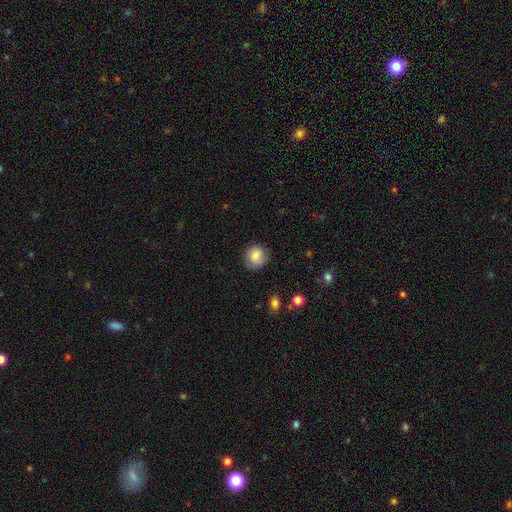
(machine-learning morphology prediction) Smooth or featured? smooth (82%)
How rounded? round (86%)
Merging? none (79%)